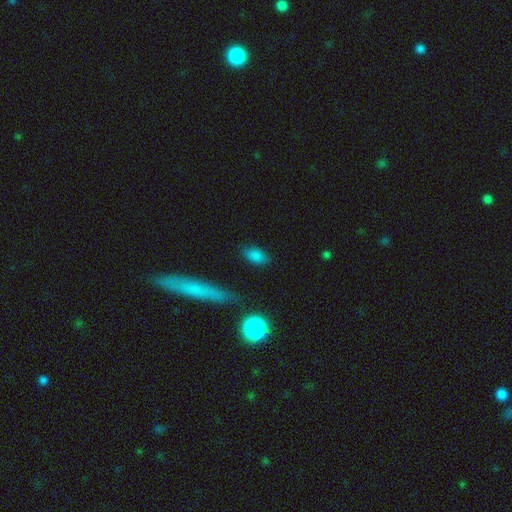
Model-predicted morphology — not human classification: type=smooth (83%); roundness=in between (88%); merging=none (80%).